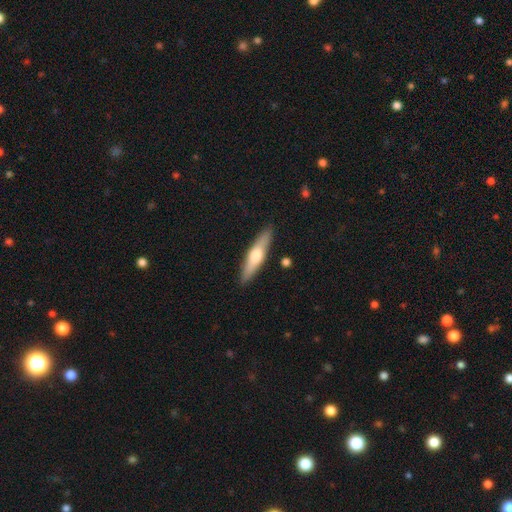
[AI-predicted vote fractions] This is possibly a featured or disk galaxy (47%, tied with smooth). Merging: clearly none (89%).